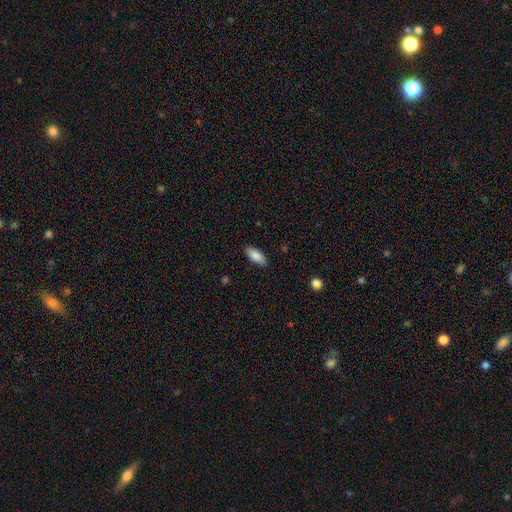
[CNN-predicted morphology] Smooth or featured: smooth — 86% (featured or disk — 8%)
How rounded: in between — 83% (cigar-shaped — 15%)
Merging: none — 87% (minor disturbance — 10%)